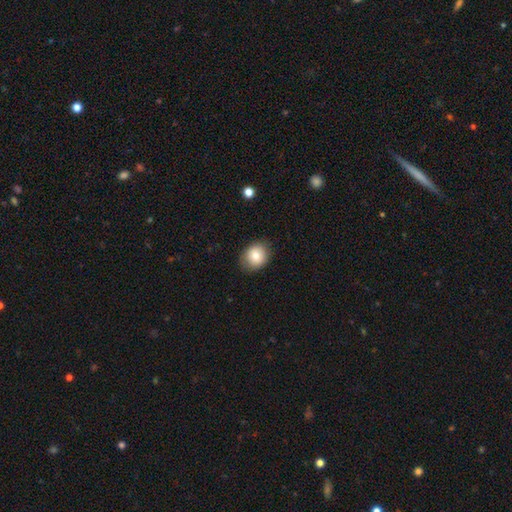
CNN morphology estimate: A smooth galaxy with no disk features (79%) that is round (64%).

Vote fractions:
- Smooth or featured? smooth: 79% / featured or disk: 12% / star or artifact: 9%
- How rounded? round: 64% / in between: 35% / cigar-shaped: 1%
- Merging? none: 84% / minor disturbance: 12% / major disturbance: 3% / merger: 1%